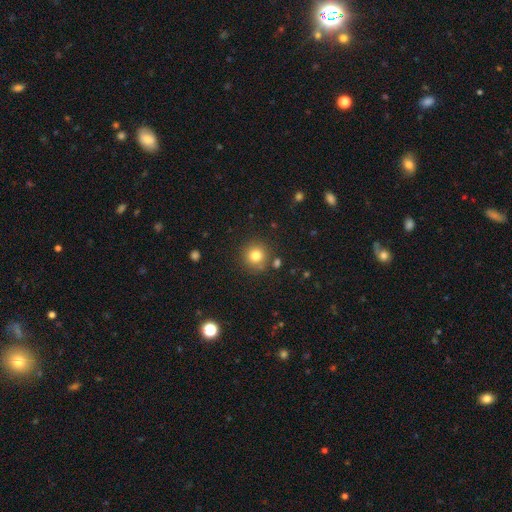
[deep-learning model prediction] Smooth or featured? smooth (80%)
How rounded? round (93%)
Merging? none (84%)